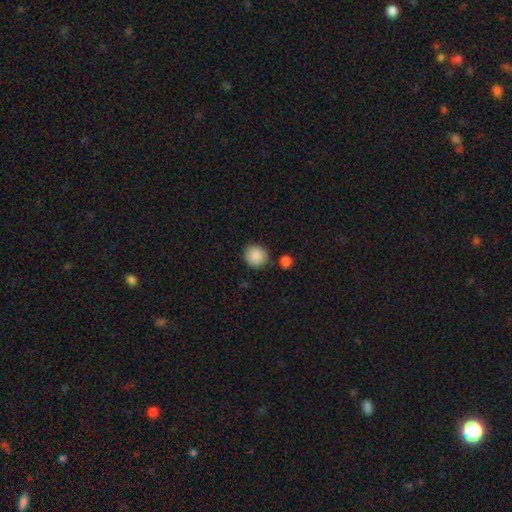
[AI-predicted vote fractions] Smooth or featured? smooth (89%)
How rounded? round (87%)
Merging? none (84%)